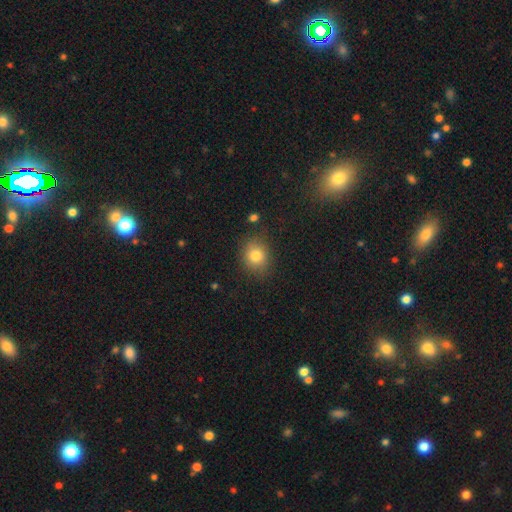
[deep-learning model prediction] A smooth galaxy with no disk features (81%) that is round (72%).

Vote fractions:
- Smooth or featured? smooth: 81% / star or artifact: 11% / featured or disk: 8%
- How rounded? round: 72% / in between: 27% / cigar-shaped: 1%
- Merging? none: 82% / minor disturbance: 12% / major disturbance: 3% / merger: 2%